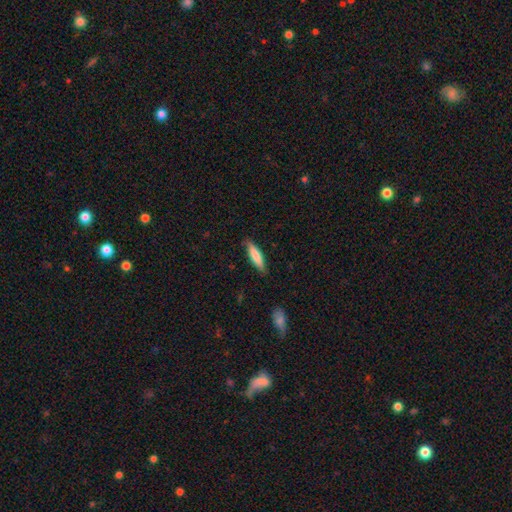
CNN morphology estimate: Smooth or featured? smooth (77%)
How rounded? cigar-shaped (75%)
Merging? none (81%)